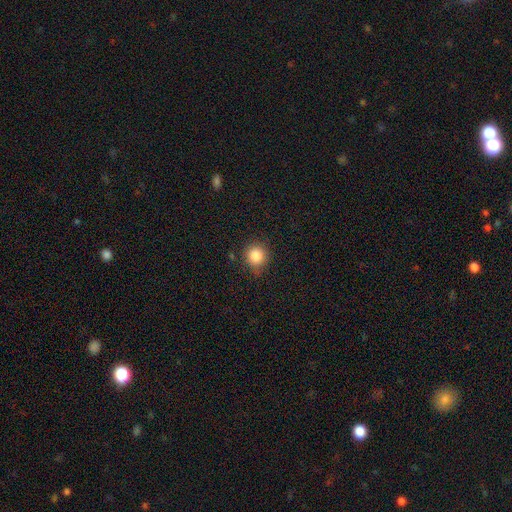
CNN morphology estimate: Smooth or featured? smooth (85%)
How rounded? round (90%)
Merging? none (79%)